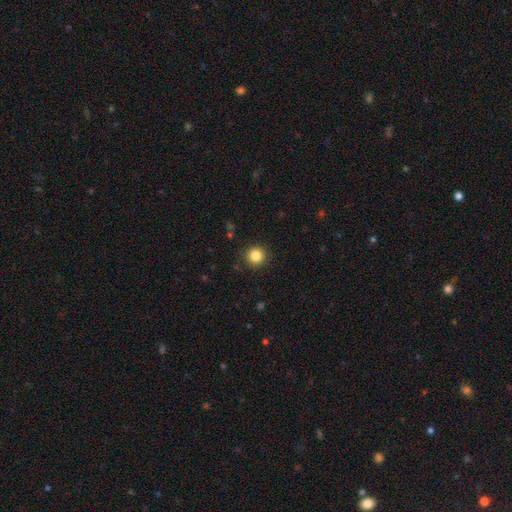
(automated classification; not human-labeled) A smooth galaxy with no disk features (84%) that is round (95%). Merging: none (90%).